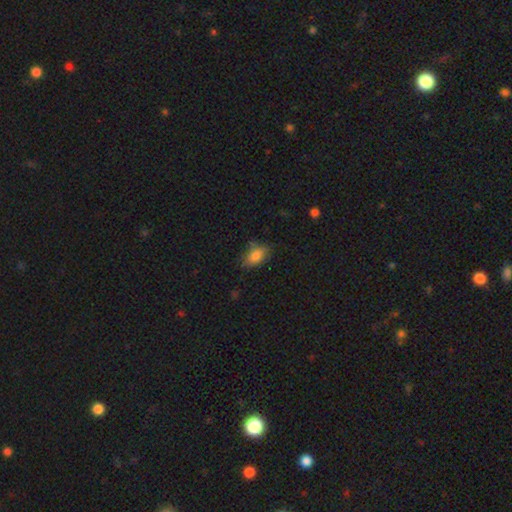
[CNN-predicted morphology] smooth_or_featured: smooth (p=0.78) [alt: featured or disk p=0.12]
how_rounded: in between (p=0.83) [alt: round p=0.14]
merging: none (p=0.67) [alt: minor disturbance p=0.25]